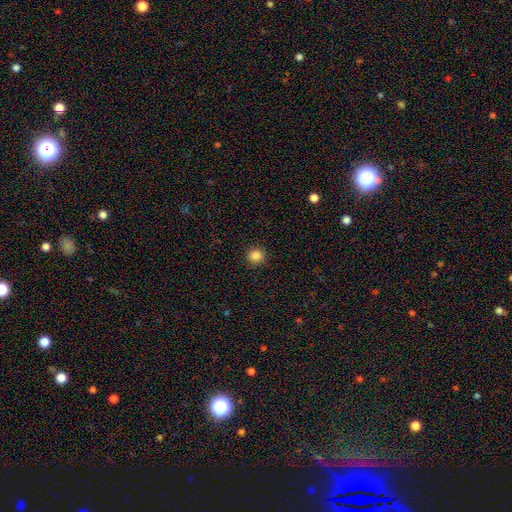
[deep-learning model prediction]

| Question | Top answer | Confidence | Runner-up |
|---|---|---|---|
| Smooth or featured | smooth | 86% | star or artifact (11%) |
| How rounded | round | 92% | in between (7%) |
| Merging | none | 91% | minor disturbance (6%) |